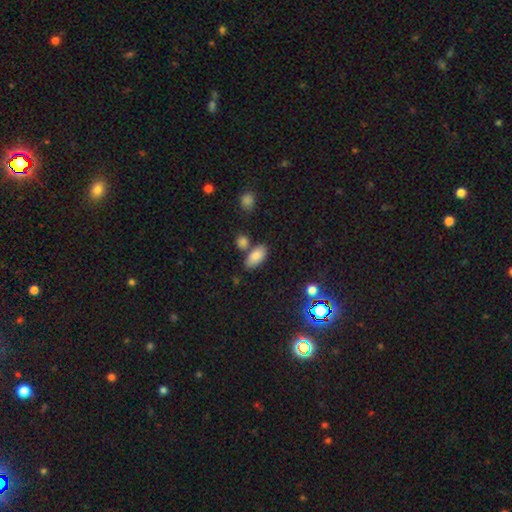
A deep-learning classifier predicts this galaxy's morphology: A smooth galaxy with no disk features (84%) that is in between round and cigar-shaped (90%).

Vote fractions:
- Smooth or featured? smooth: 84% / star or artifact: 10% / featured or disk: 7%
- How rounded? in between: 90% / cigar-shaped: 6% / round: 4%
- Merging? none: 70% / merger: 14% / minor disturbance: 12% / major disturbance: 4%